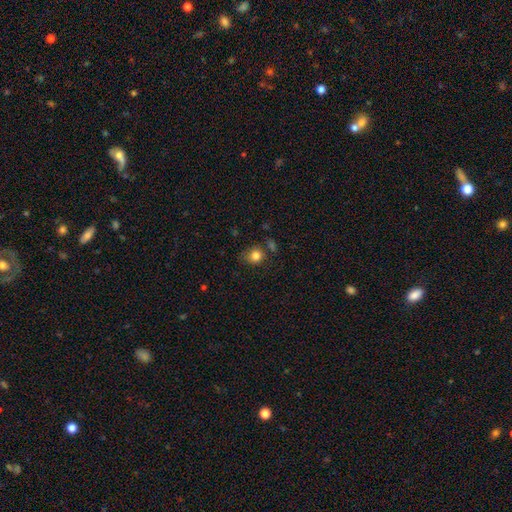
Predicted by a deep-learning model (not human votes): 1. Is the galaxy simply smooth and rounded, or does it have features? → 82% smooth, 11% star or artifact, 6% featured or disk.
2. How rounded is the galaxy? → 76% round, 23% in between, 1% cigar-shaped.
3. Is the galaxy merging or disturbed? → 64% none, 21% minor disturbance, 8% merger, 7% major disturbance.